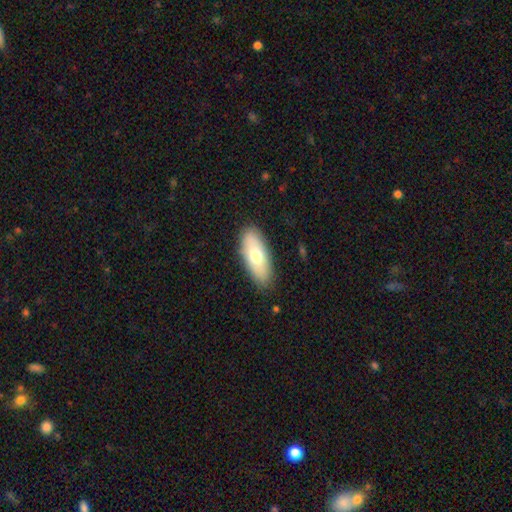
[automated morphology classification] smooth-or-featured: smooth: 68% | featured or disk: 26% | star or artifact: 6%
  how-rounded: in between: 80% | cigar-shaped: 18% | round: 3%
  merging: none: 85% | minor disturbance: 11% | major disturbance: 3% | merger: 1%